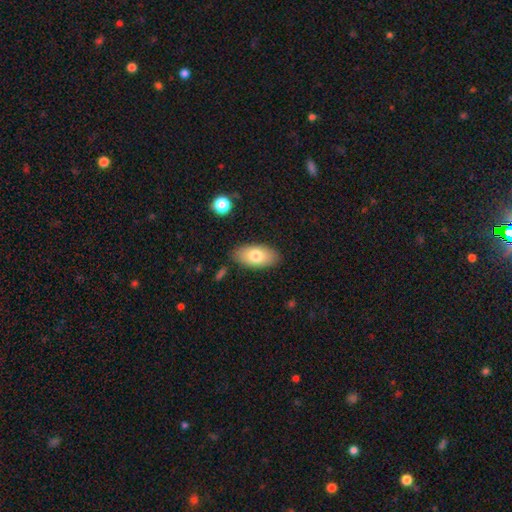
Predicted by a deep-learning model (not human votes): Morphology: type=smooth (76%); roundness=in between (93%); merging=none (86%).